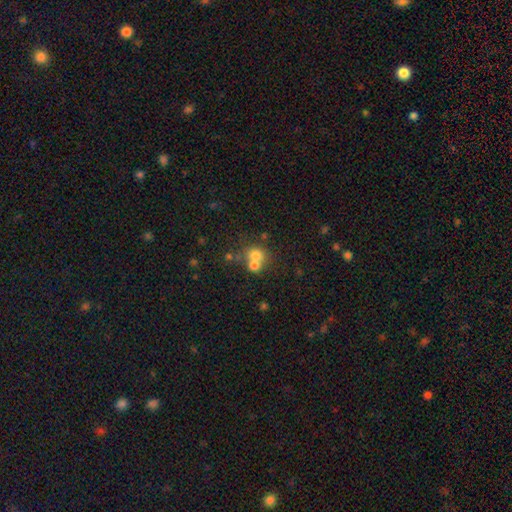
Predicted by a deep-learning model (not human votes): Morphology: type=smooth (71%); roundness=round (76%); merging=merger (54%).